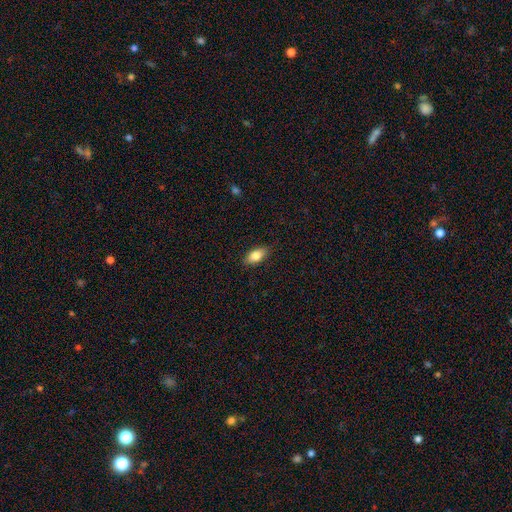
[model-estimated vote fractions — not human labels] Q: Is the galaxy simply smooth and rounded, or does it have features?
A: smooth — 82%.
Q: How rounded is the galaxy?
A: in between — 89%.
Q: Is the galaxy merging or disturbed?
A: none — 86%.